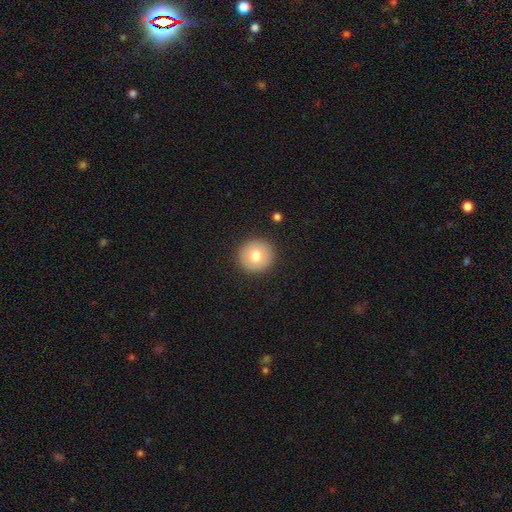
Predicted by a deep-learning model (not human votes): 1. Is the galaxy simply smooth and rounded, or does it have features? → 75% smooth, 17% featured or disk, 9% star or artifact.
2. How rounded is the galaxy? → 95% round, 4% in between, 1% cigar-shaped.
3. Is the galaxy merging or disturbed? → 92% none, 5% minor disturbance, 2% major disturbance, 1% merger.